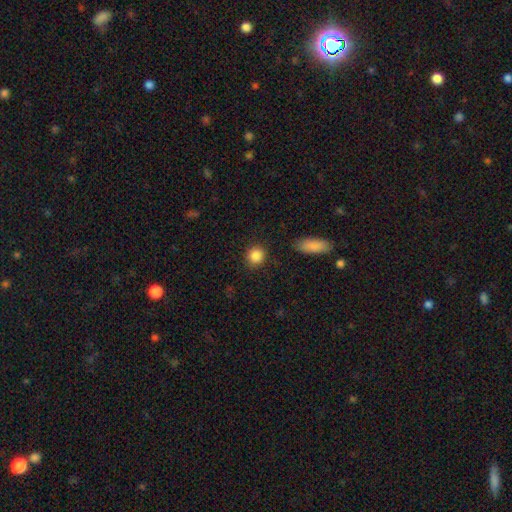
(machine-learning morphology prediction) smooth 87%, star or artifact 9%, featured or disk 4%. Down the decision tree: how rounded — round (83%); merging — none (88%).